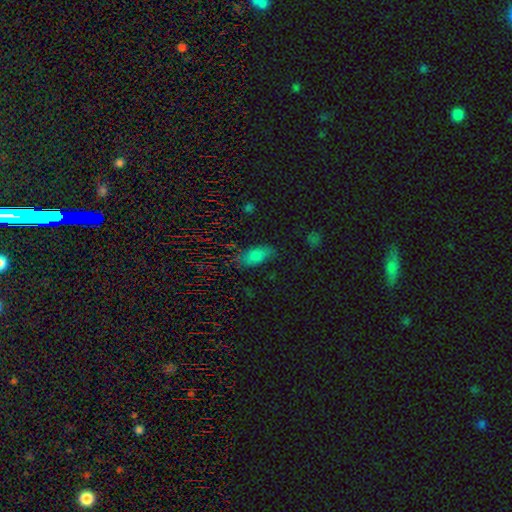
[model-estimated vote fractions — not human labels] Smooth or featured: smooth — 76% (star or artifact — 16%)
How rounded: in between — 90% (cigar-shaped — 6%)
Merging: none — 71% (minor disturbance — 21%)